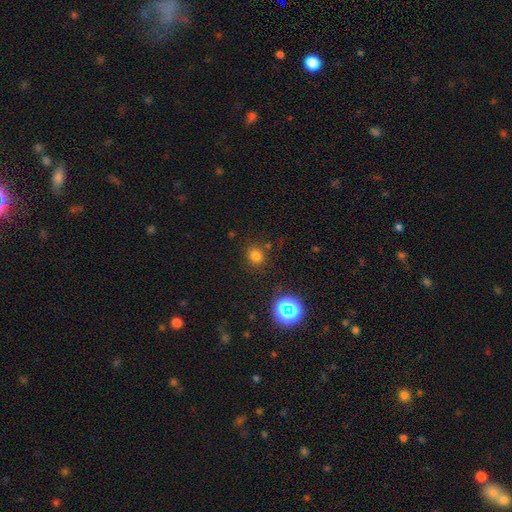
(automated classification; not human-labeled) Morphology: type=smooth (72%); roundness=round (79%); merging=none (82%).